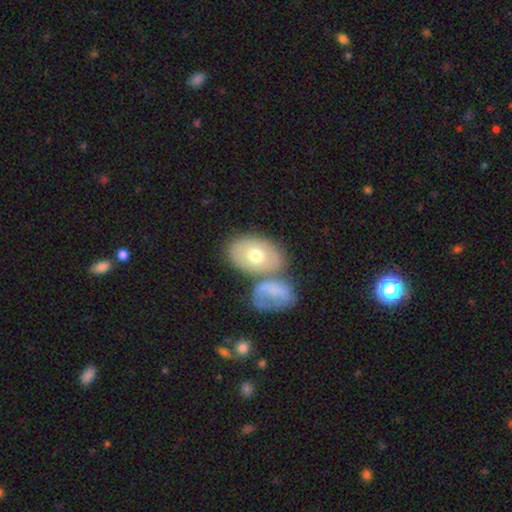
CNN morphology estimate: Smooth or featured? smooth (60%)
How rounded? in between (84%)
Merging? none (51%)